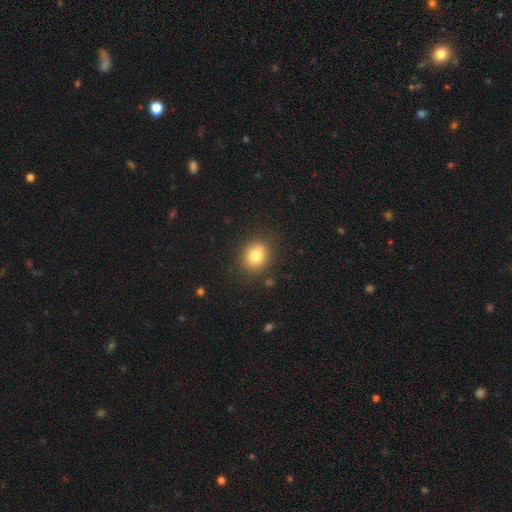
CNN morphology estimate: The model was most divided on "how rounded": round: 66%, in between: 33%, cigar-shaped: 1%. More confident: merging — none (81%); smooth or featured — smooth (78%).